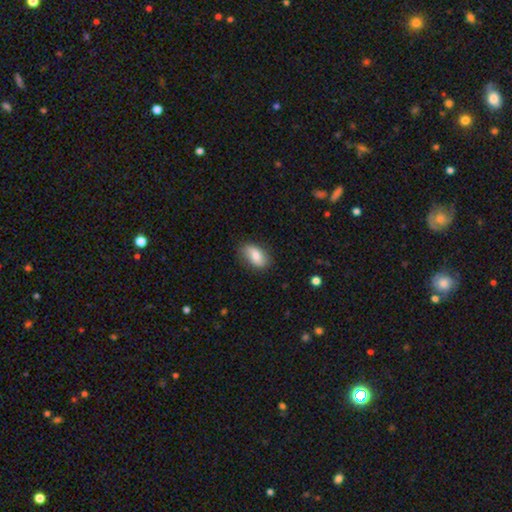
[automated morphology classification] This is likely a smooth galaxy (72%). How rounded: clearly in between (90%). Merging: likely none (78%).